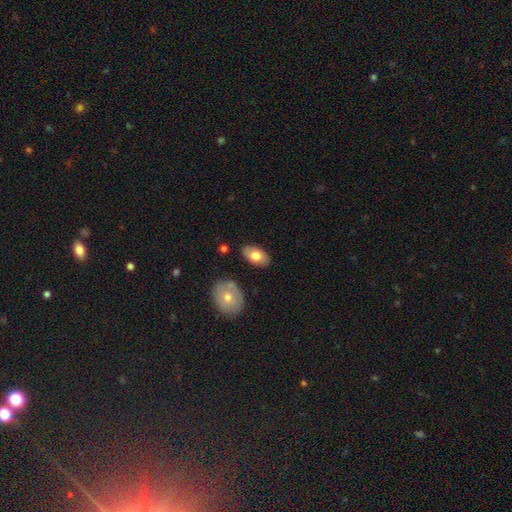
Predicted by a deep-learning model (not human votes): Smooth or featured? Predicted: smooth (p=0.74). How rounded? Predicted: in between (p=0.94). Merging? Predicted: none (p=0.84).